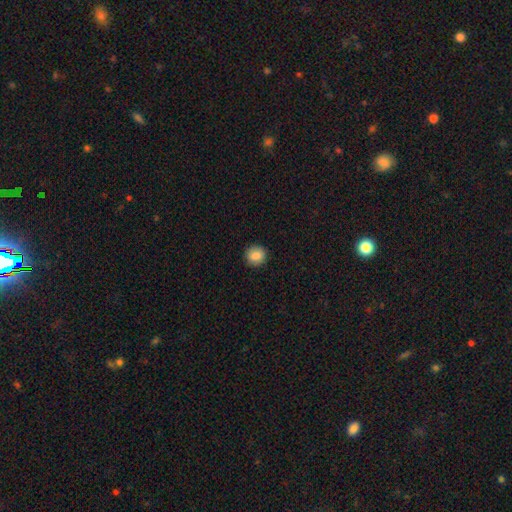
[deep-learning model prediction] Smooth or featured?
  - smooth: 85% *
  - star or artifact: 9%
  - featured or disk: 7%
How rounded?
  - round: 88% *
  - in between: 11%
  - cigar-shaped: 1%
Merging?
  - none: 91% *
  - minor disturbance: 6%
  - major disturbance: 2%
  - merger: 1%